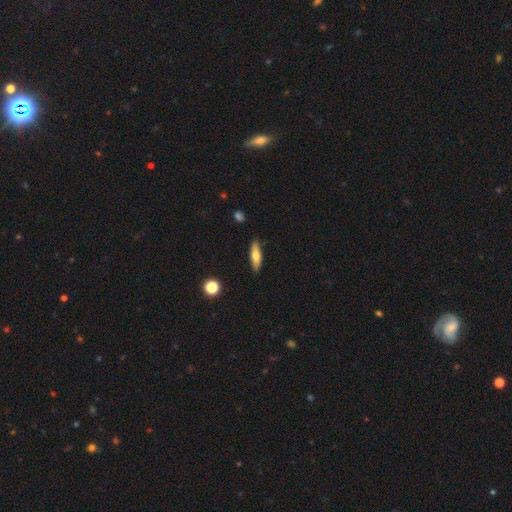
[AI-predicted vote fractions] Smooth or featured? Predicted: smooth (p=0.65). How rounded? Predicted: cigar-shaped (p=0.59). Merging? Predicted: none (p=0.88).